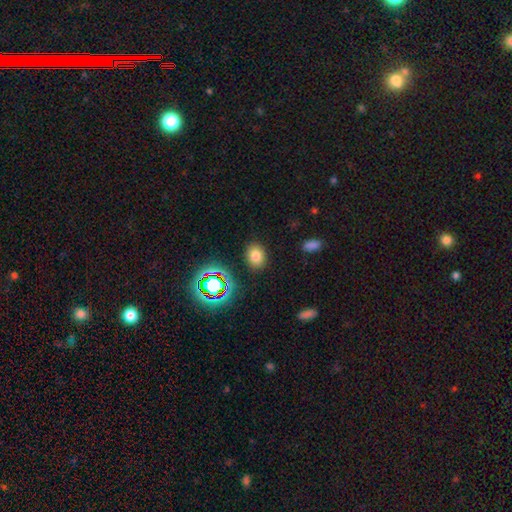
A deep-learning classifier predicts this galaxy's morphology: Overall: smooth (76%). How rounded: in between (61%; round 37%). Merging: none (86%).